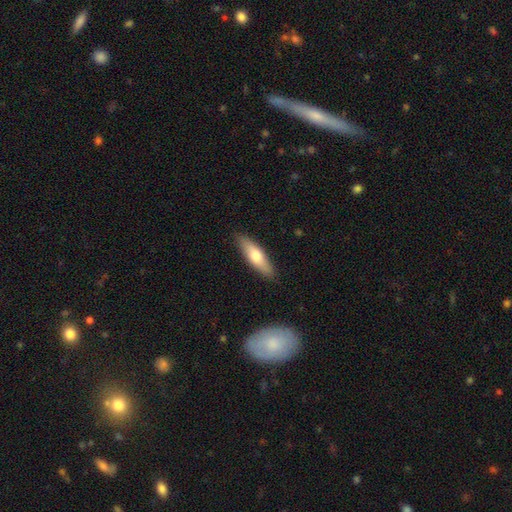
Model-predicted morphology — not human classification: This appears to be a smooth galaxy with no disk features (65%) that is cigar-shaped (59%). Merging: none (88%).